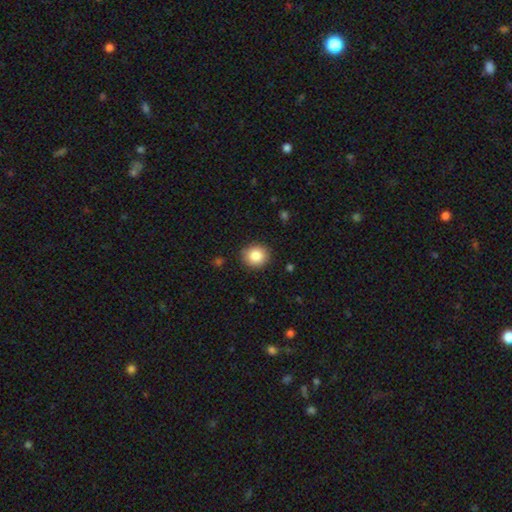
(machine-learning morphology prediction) Smooth or featured: smooth — 85% (star or artifact — 9%)
How rounded: round — 87% (in between — 12%)
Merging: none — 89% (minor disturbance — 8%)